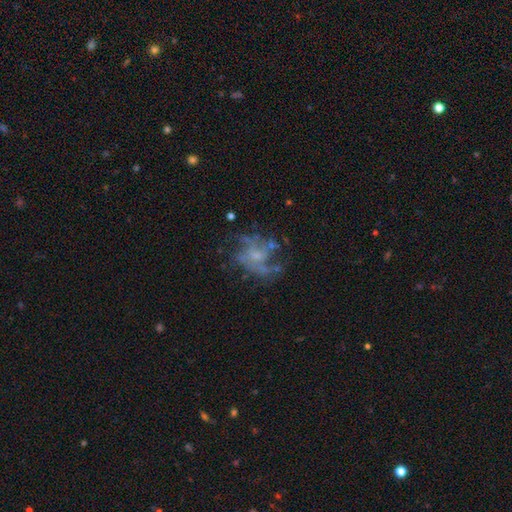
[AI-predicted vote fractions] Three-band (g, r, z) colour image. It shows a featured or disk galaxy (70%) with no bar (74%), spiral arms (61%) and a small central bulge (43%). Merging: none (51%).